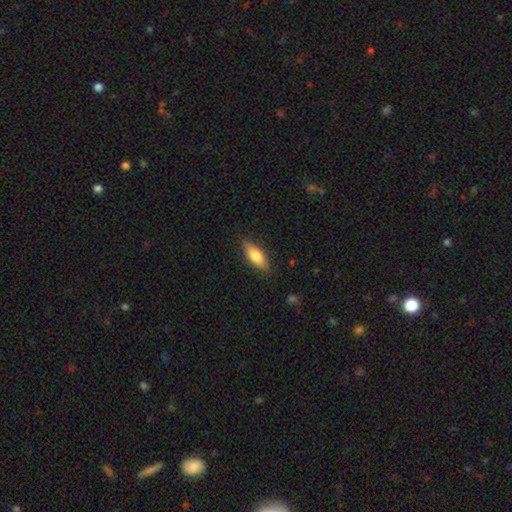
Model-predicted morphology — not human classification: Q: Smooth or featured?
A: smooth (73%); runner-up: featured or disk (21%)
Q: How rounded?
A: in between (64%); runner-up: cigar-shaped (34%)
Q: Merging?
A: none (84%); runner-up: minor disturbance (12%)